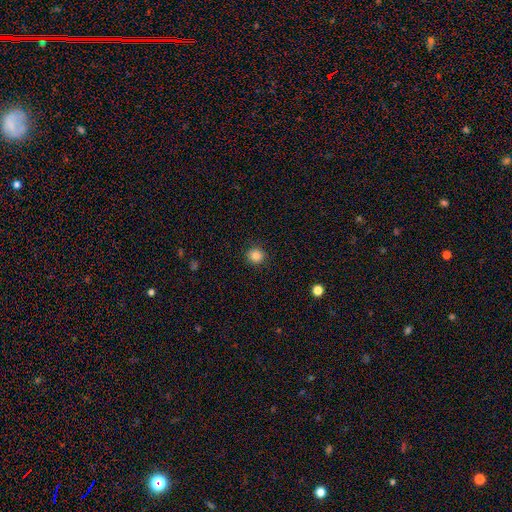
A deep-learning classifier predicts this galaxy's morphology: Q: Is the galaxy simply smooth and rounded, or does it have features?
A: smooth — 85%.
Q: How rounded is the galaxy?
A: round — 93%.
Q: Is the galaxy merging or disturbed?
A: none — 91%.